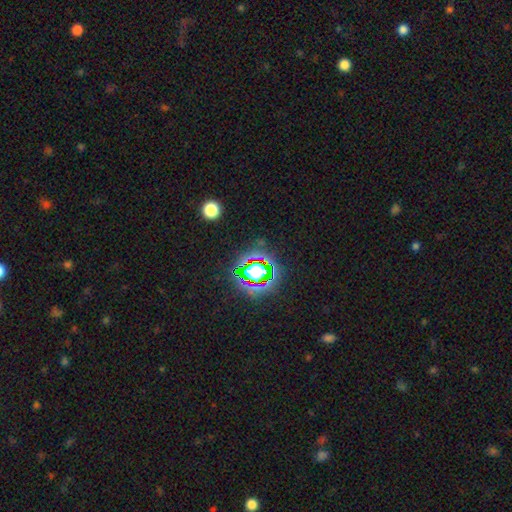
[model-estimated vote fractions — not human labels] smooth_or_featured: star or artifact (p=0.81) [alt: smooth p=0.11]